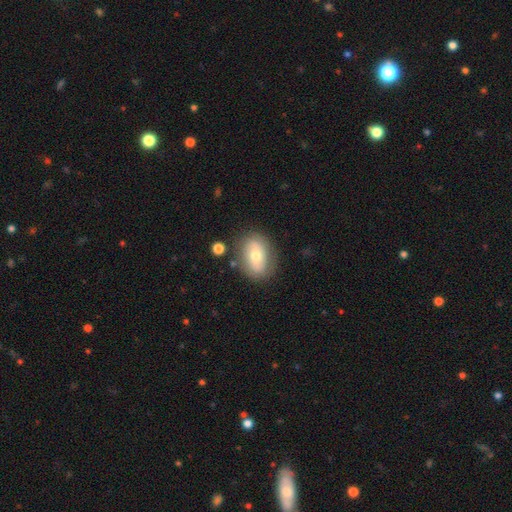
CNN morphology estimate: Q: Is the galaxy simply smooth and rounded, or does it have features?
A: smooth — 52%.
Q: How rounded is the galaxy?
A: in between — 77%.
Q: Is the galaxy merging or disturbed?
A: none — 79%.